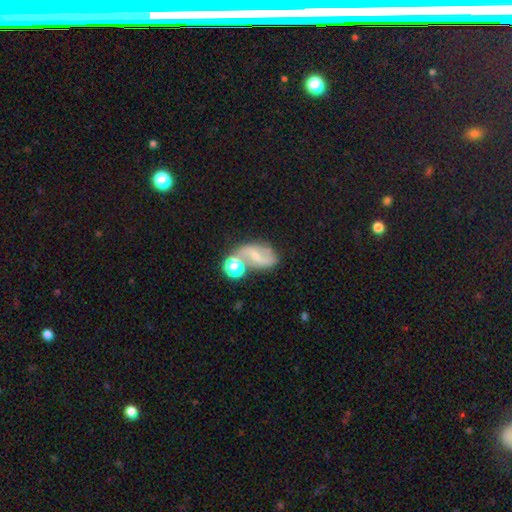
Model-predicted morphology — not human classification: Smooth or featured? Predicted: featured or disk (p=0.67). Edge-on disk? Predicted: no (p=0.96). Bar? Predicted: weak (p=0.42). Spiral arms? Predicted: yes (p=0.86). Spiral winding? Predicted: loose (p=0.63). Spiral arm count? Predicted: 2 (p=0.87). Bulge size? Predicted: small (p=0.61). Merging? Predicted: none (p=0.49).